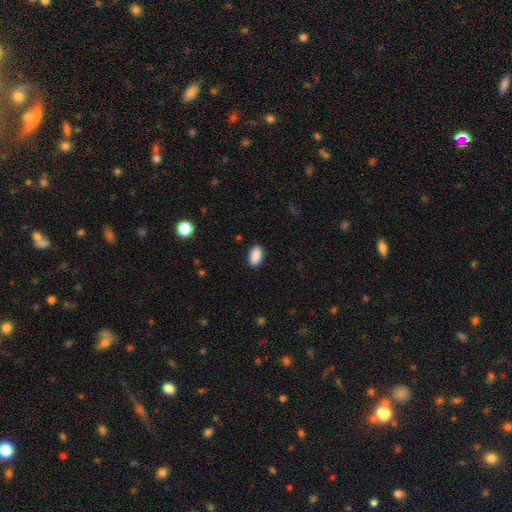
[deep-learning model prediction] Smooth or featured? smooth (90%)
How rounded? in between (93%)
Merging? none (89%)